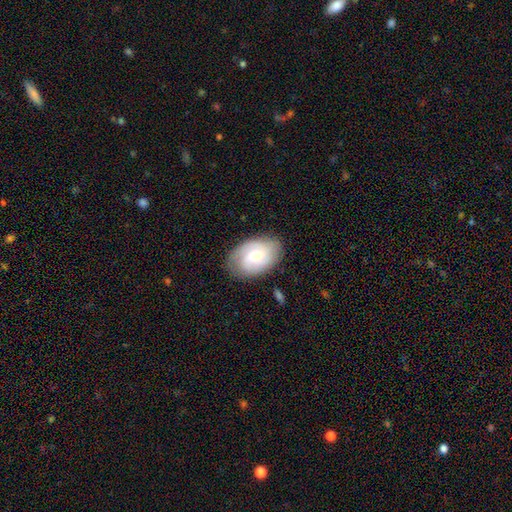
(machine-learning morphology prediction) Smooth or featured? featured or disk (51%)
Edge-on disk? no (94%)
Merging? none (79%)